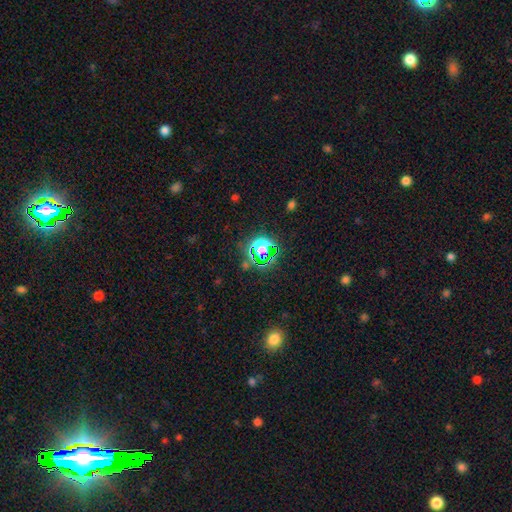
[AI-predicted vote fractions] smooth_or_featured: star or artifact (p=0.71) [alt: smooth p=0.21]